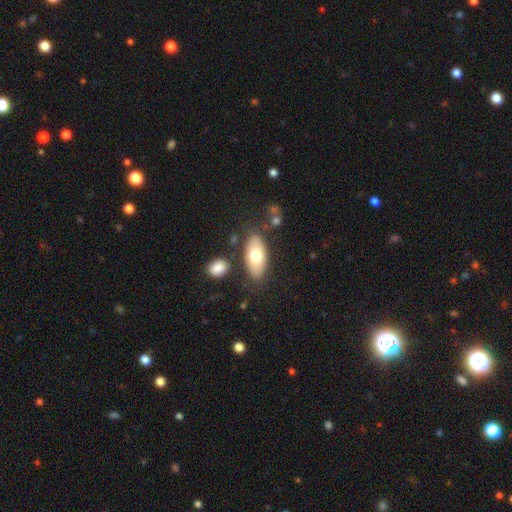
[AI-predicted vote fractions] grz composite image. It shows a smooth galaxy with no disk features (70%) that is in between round and cigar-shaped (91%). Merging: none (77%).